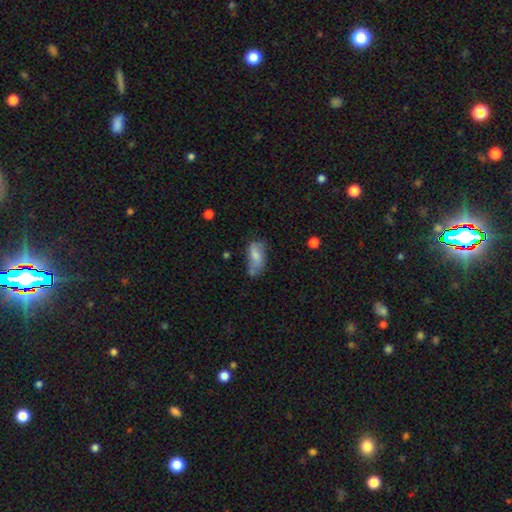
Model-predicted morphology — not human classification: A smooth galaxy with no disk features (61%) that is in between round and cigar-shaped (89%). Merging: none (40%).